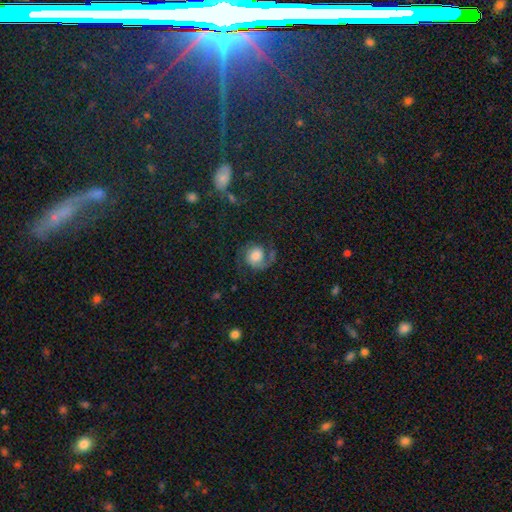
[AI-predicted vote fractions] Morphology: type=featured or disk (71%); edge-on=no (98%); bar=no (71%); spiral arms=yes (95%); winding=medium (47%); arm count=2 (77%); bulge=large (43%); merging=none (65%).